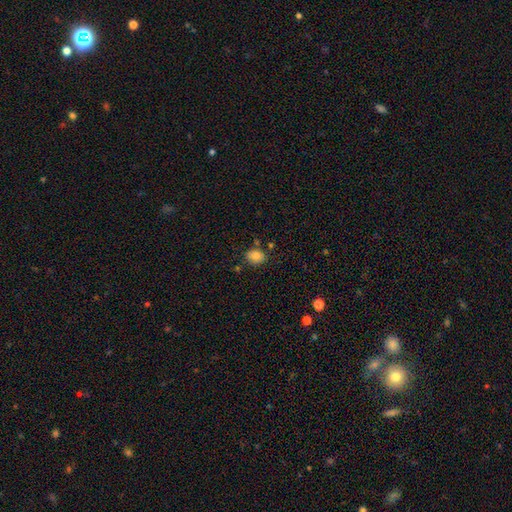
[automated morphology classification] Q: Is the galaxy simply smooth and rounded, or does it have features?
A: smooth — 82%.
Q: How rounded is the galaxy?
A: in between — 56%.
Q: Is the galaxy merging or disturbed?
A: none — 76%.